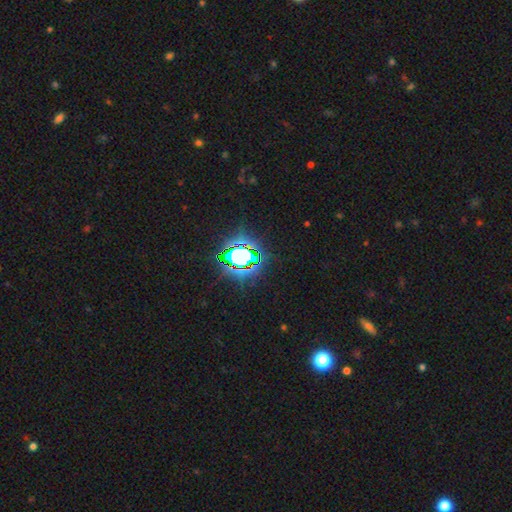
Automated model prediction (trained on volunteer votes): star or artifact 83%, smooth 11%, featured or disk 7%.